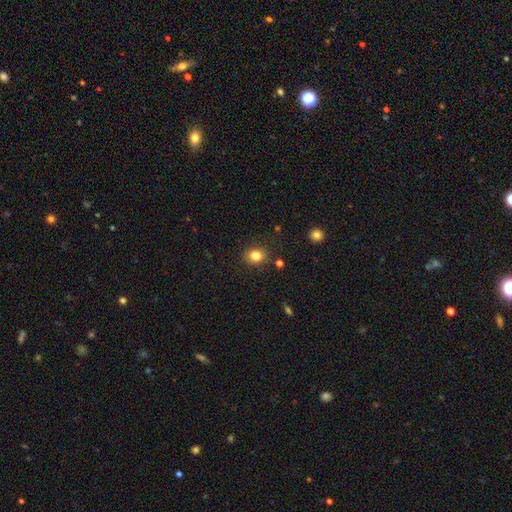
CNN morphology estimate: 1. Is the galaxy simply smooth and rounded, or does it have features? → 83% smooth, 12% star or artifact, 6% featured or disk.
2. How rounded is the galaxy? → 65% round, 34% in between, 1% cigar-shaped.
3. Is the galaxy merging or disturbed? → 87% none, 9% minor disturbance, 3% major disturbance, 2% merger.